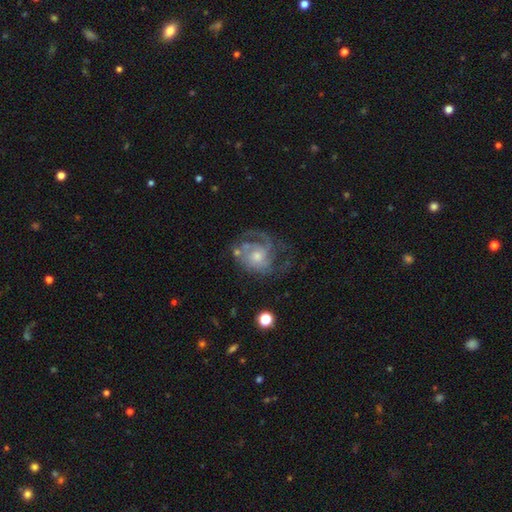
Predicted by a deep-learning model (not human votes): The model was most divided on "bulge size": moderate: 46%, small: 44%, large: 4%, none: 4%, dominant: 1%. Remaining: edge-on disk — no (97%); spiral arms — yes (89%); smooth or featured — featured or disk (78%); bar — no (75%); merging — none (51%); spiral winding — tight (46%); spiral arm count — can't tell (34%).